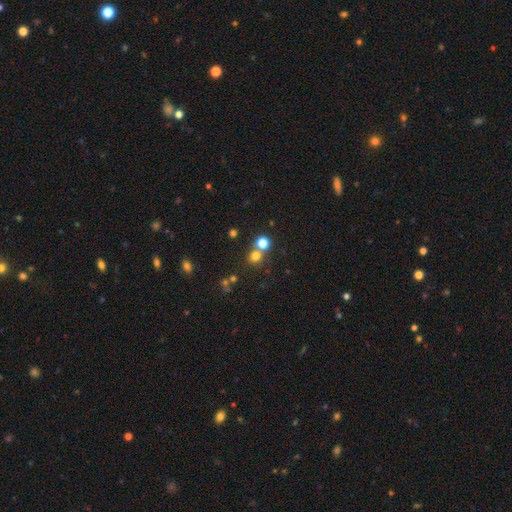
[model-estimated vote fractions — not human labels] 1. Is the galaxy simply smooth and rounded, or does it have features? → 71% smooth, 20% star or artifact, 9% featured or disk.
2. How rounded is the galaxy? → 87% round, 12% in between, 1% cigar-shaped.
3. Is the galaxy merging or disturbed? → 61% none, 30% merger, 7% minor disturbance, 3% major disturbance.